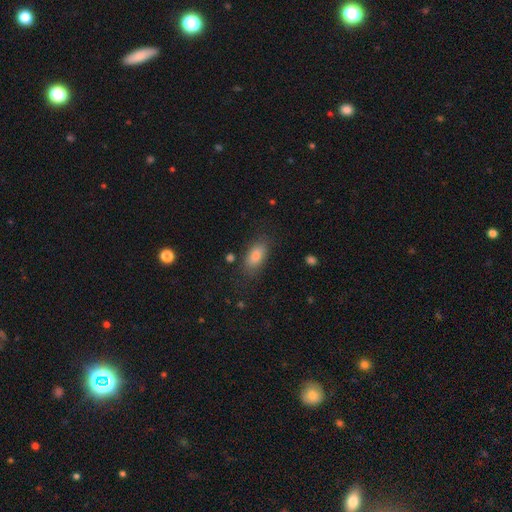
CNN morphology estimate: This is likely a smooth galaxy (79%). How rounded: clearly in between (85%). Merging: likely none (80%).